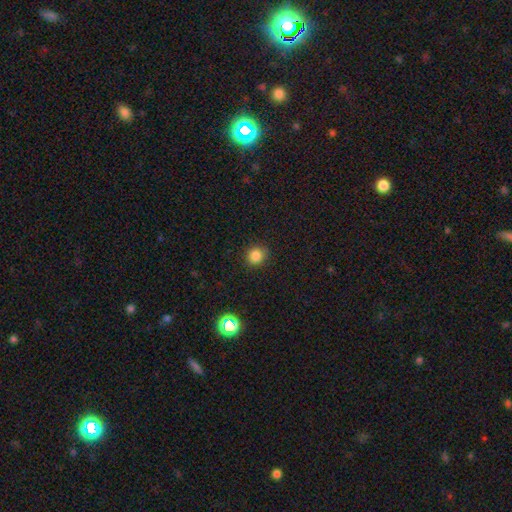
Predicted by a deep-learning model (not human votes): smooth_or_featured: smooth (p=0.83) [alt: star or artifact p=0.13]
how_rounded: round (p=0.86) [alt: in between p=0.13]
merging: none (p=0.89) [alt: minor disturbance p=0.08]